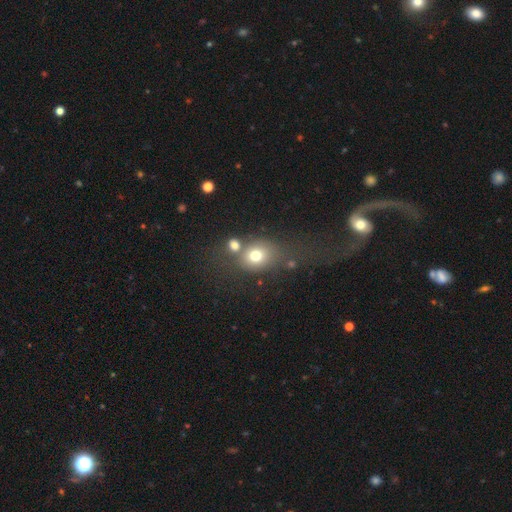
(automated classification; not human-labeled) The model was most divided on "how rounded": round: 59%, in between: 39%, cigar-shaped: 1%. Remaining: smooth or featured — smooth (72%); merging — none (49%).